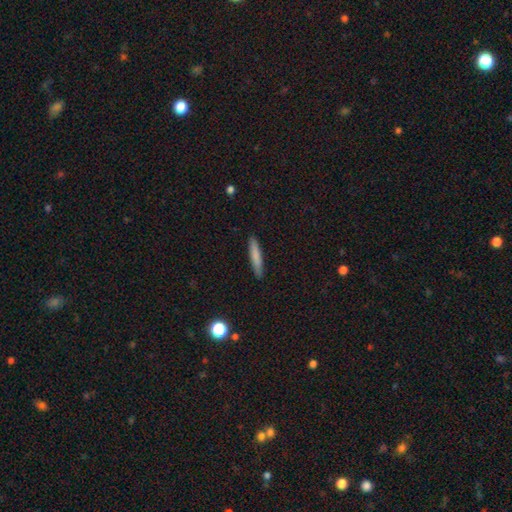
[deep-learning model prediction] smooth_or_featured: smooth (p=0.78) [alt: featured or disk p=0.16]
how_rounded: cigar-shaped (p=0.91) [alt: in between p=0.08]
merging: none (p=0.89) [alt: minor disturbance p=0.08]